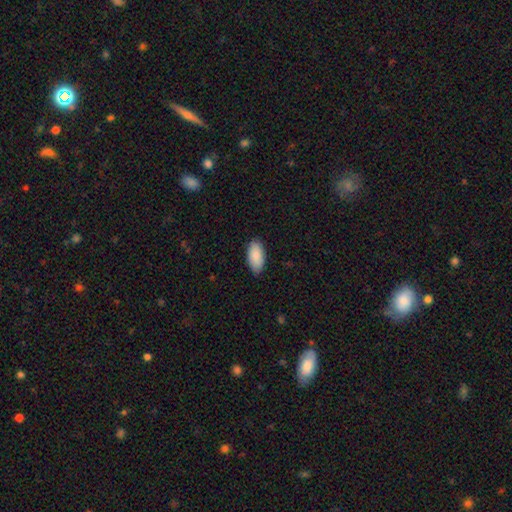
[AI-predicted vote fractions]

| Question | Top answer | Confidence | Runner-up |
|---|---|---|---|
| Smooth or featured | smooth | 89% | star or artifact (6%) |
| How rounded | in between | 93% | cigar-shaped (5%) |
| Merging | none | 85% | minor disturbance (12%) |